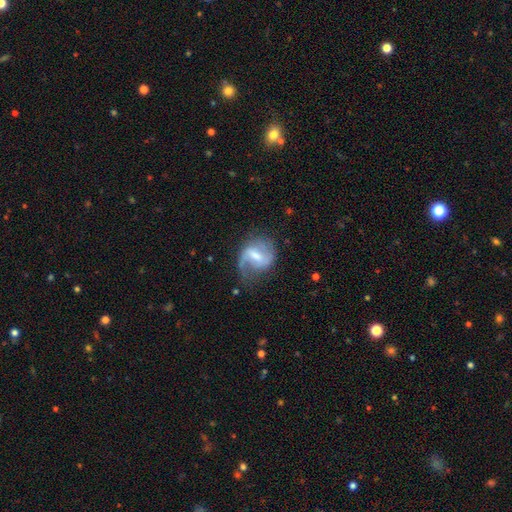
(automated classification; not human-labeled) This appears to be a featured or disk galaxy (74%) with a weak bar (52%), 2 (68%) loose (47%) spiral arms (88%) and a moderate central bulge (45%). Merging: none (51%).